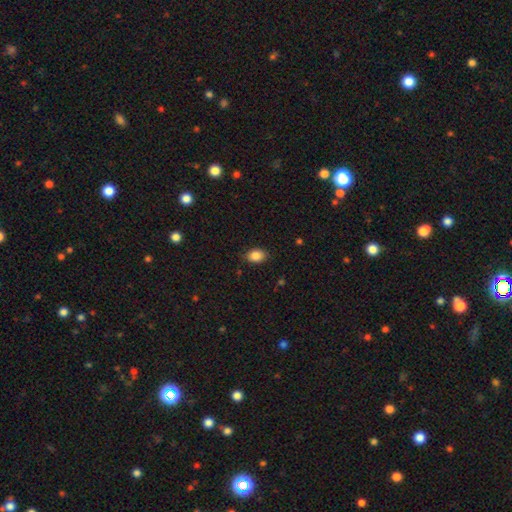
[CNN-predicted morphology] This is clearly a smooth galaxy (86%). How rounded: likely in between (78%). Merging: clearly none (85%).